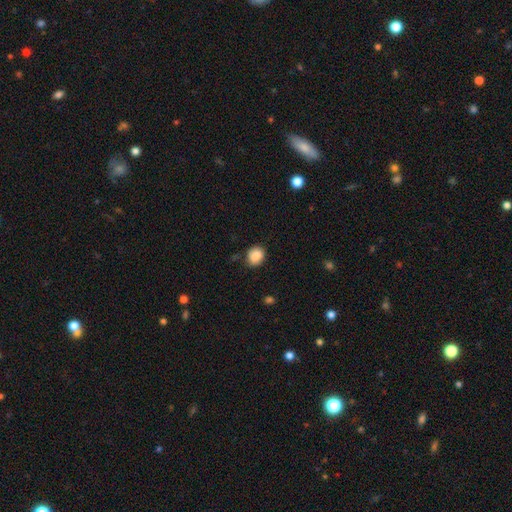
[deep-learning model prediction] smooth-or-featured: smooth: 87% | star or artifact: 8% | featured or disk: 5%
  how-rounded: round: 54% | in between: 45% | cigar-shaped: 1%
  merging: none: 80% | minor disturbance: 15% | major disturbance: 3% | merger: 2%